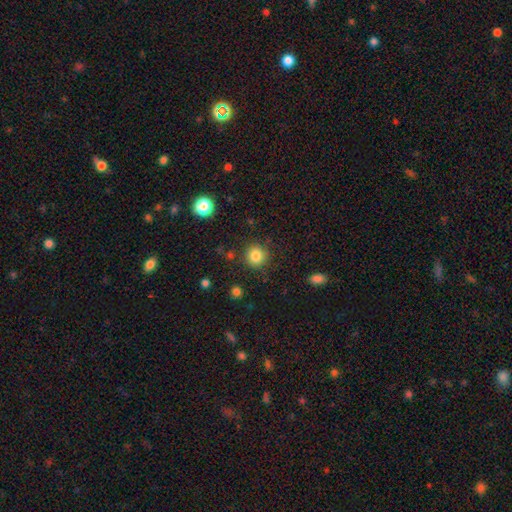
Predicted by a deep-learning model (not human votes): smooth_or_featured: smooth (p=0.84) [alt: star or artifact p=0.11]
how_rounded: round (p=0.91) [alt: in between p=0.08]
merging: none (p=0.87) [alt: minor disturbance p=0.08]